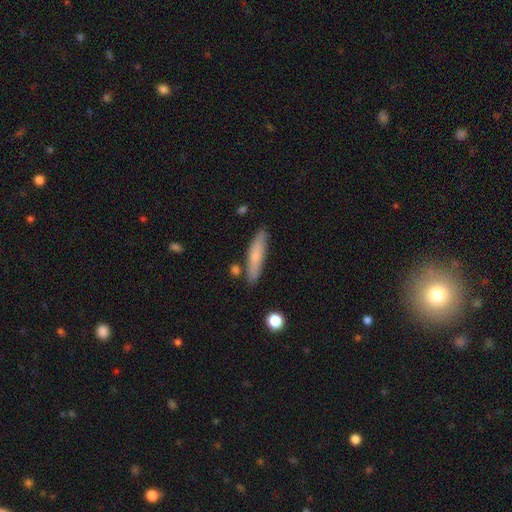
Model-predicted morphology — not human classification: Overall: smooth (69%). How rounded: cigar-shaped (83%). Merging: none (81%).